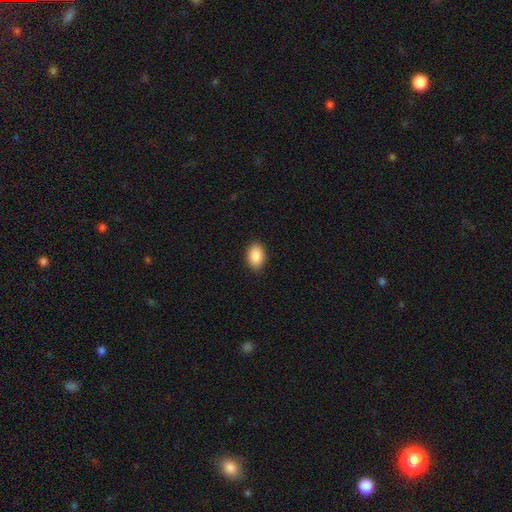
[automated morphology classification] A smooth galaxy with no disk features (90%) that is in between round and cigar-shaped (88%).

Vote fractions:
- Smooth or featured? smooth: 90% / star or artifact: 7% / featured or disk: 3%
- How rounded? in between: 88% / round: 11% / cigar-shaped: 1%
- Merging? none: 89% / minor disturbance: 8% / major disturbance: 2% / merger: 1%